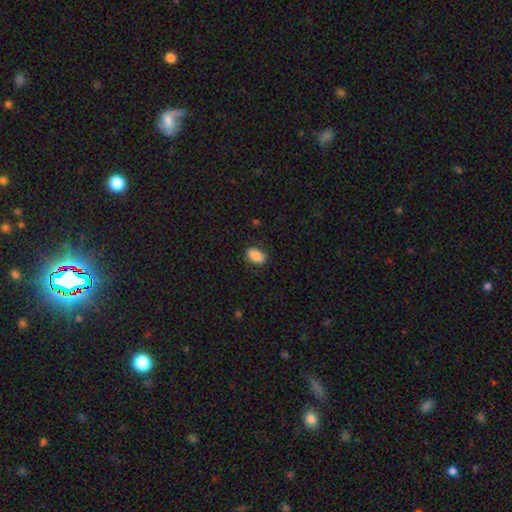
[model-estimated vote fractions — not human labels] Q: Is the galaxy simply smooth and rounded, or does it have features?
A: smooth — 88%.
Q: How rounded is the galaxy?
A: in between — 90%.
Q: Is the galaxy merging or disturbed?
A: none — 85%.